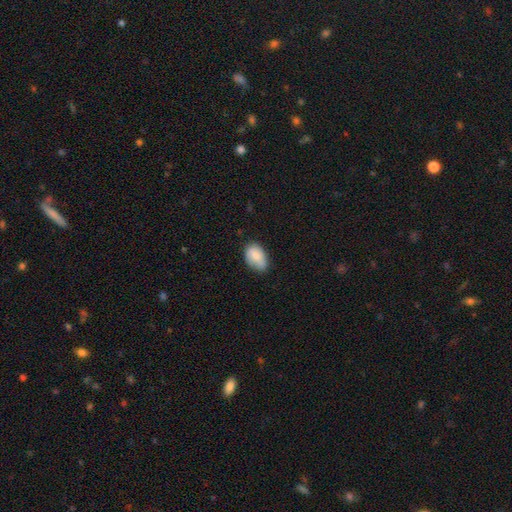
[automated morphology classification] Q: Smooth or featured?
A: smooth (81%); runner-up: featured or disk (12%)
Q: How rounded?
A: in between (88%); runner-up: round (11%)
Q: Merging?
A: none (59%); runner-up: minor disturbance (33%)